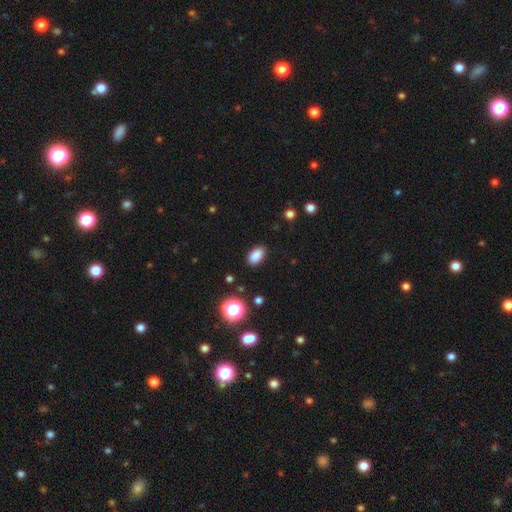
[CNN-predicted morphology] smooth-or-featured: smooth: 85% | star or artifact: 11% | featured or disk: 4%
  how-rounded: in between: 90% | round: 8% | cigar-shaped: 2%
  merging: none: 86% | minor disturbance: 10% | major disturbance: 2% | merger: 1%